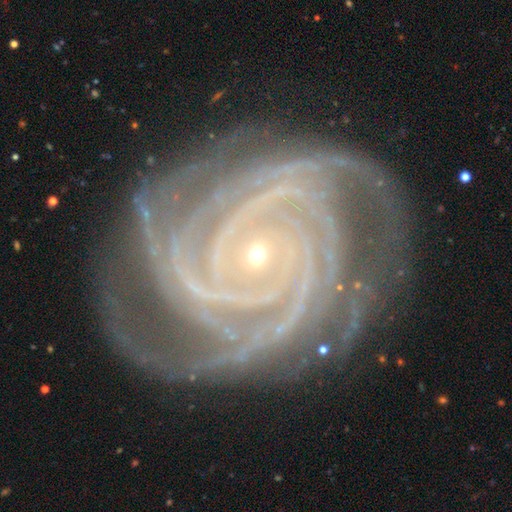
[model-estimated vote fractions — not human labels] A featured or disk galaxy (93%) with no bar (64%), 4 (29%) tight (86%) spiral arms (99%) and a small central bulge (88%). Merging: none (80%).